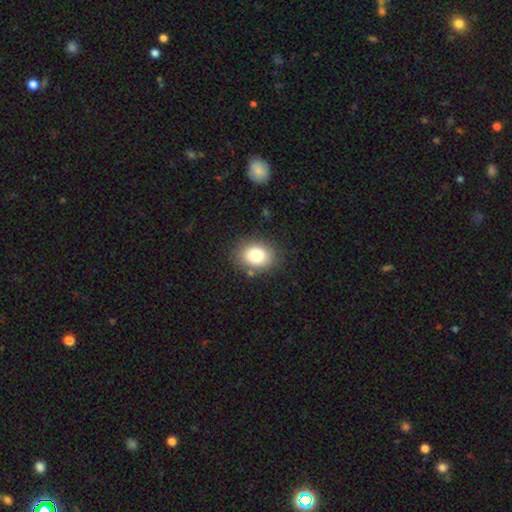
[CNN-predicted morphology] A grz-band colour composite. It shows a smooth galaxy with no disk features (82%) that is in between round and cigar-shaped (59%). Merging: none (84%).